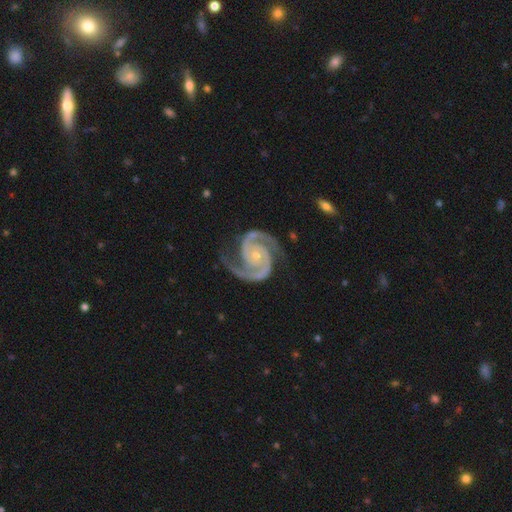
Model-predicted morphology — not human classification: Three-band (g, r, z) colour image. It shows a featured or disk galaxy (95%) with no bar (72%), 2 (94%) medium (51%) spiral arms (99%) and a small central bulge (72%). Merging: none (79%).